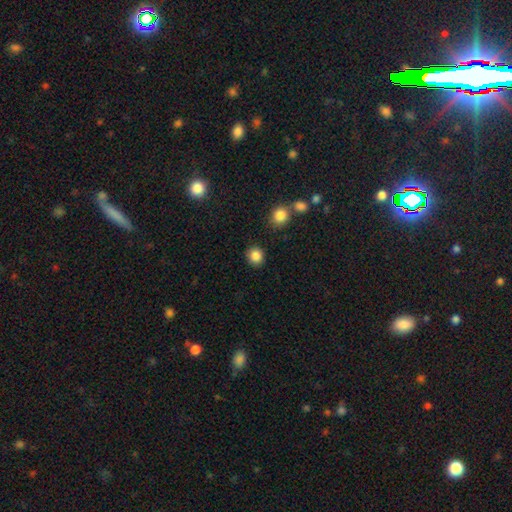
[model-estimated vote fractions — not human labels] This is clearly a smooth galaxy (86%). How rounded: clearly round (86%). Merging: clearly none (88%).